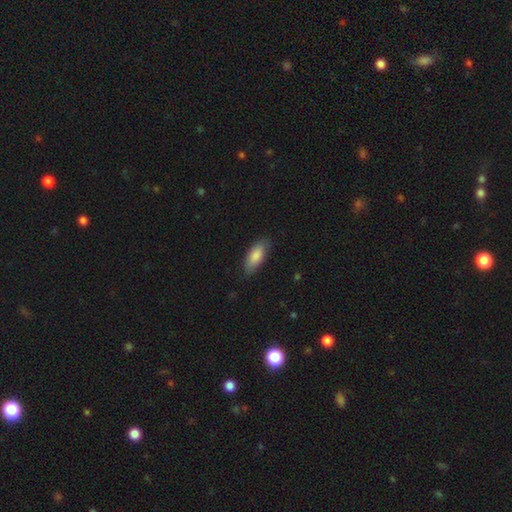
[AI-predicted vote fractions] Smooth or featured? smooth (85%)
How rounded? in between (81%)
Merging? none (81%)